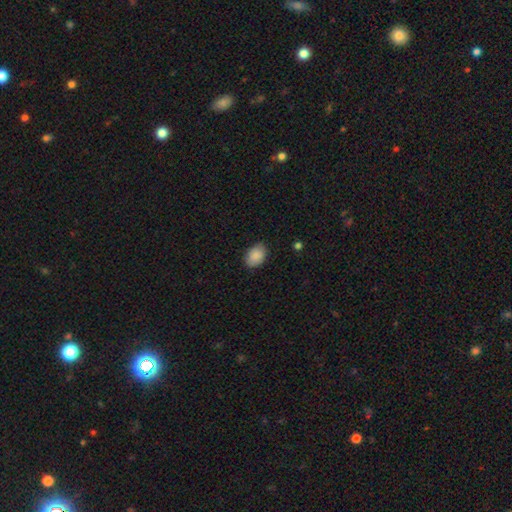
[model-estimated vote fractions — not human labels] smooth_or_featured: smooth (p=0.89) [alt: star or artifact p=0.07]
how_rounded: in between (p=0.79) [alt: round p=0.20]
merging: none (p=0.81) [alt: minor disturbance p=0.15]